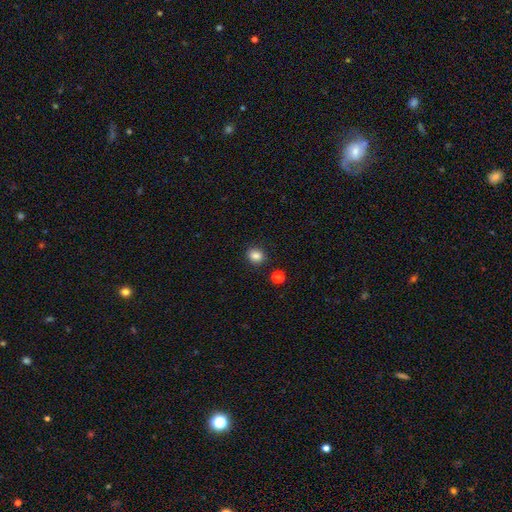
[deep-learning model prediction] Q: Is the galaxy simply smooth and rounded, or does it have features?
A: smooth — 85%.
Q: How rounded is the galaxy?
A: round — 73%.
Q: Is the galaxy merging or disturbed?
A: none — 88%.